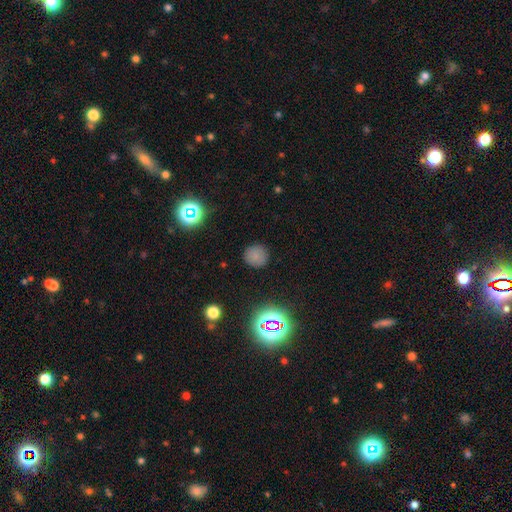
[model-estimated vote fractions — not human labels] smooth-or-featured: smooth: 74% | star or artifact: 20% | featured or disk: 6%
  how-rounded: round: 92% | in between: 7% | cigar-shaped: 1%
  merging: none: 88% | minor disturbance: 8% | major disturbance: 3% | merger: 1%